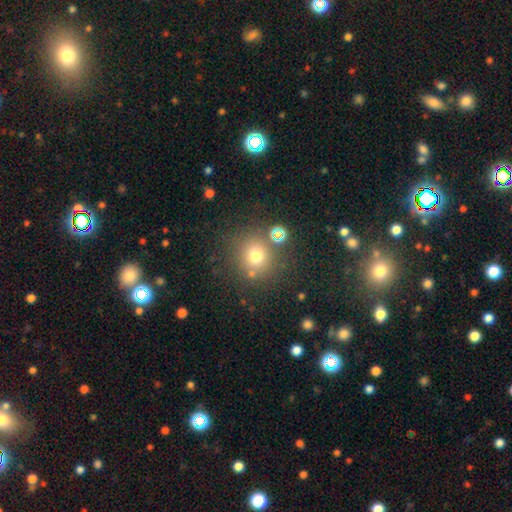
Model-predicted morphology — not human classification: Overall: smooth (71%). How rounded: round (89%). Merging: none (77%).